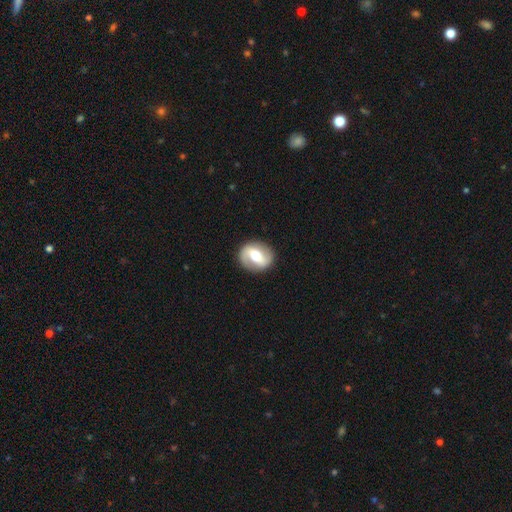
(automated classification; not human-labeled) Q: Smooth or featured?
A: featured or disk (70%); runner-up: smooth (25%)
Q: Edge-on disk?
A: no (95%); runner-up: yes (5%)
Q: Bar?
A: strong (49%); runner-up: weak (34%)
Q: Spiral arms?
A: yes (71%); runner-up: no (29%)
Q: Bulge size?
A: moderate (69%); runner-up: large (16%)
Q: Merging?
A: none (88%); runner-up: minor disturbance (8%)